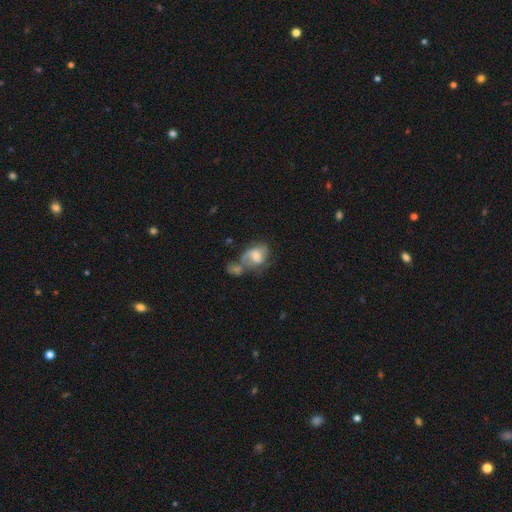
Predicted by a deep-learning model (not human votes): Morphology: type=featured or disk (55%); edge-on=no (97%); bar=no (54%); spiral arms=yes (73%); bulge=moderate (52%); merging=merger (42%).